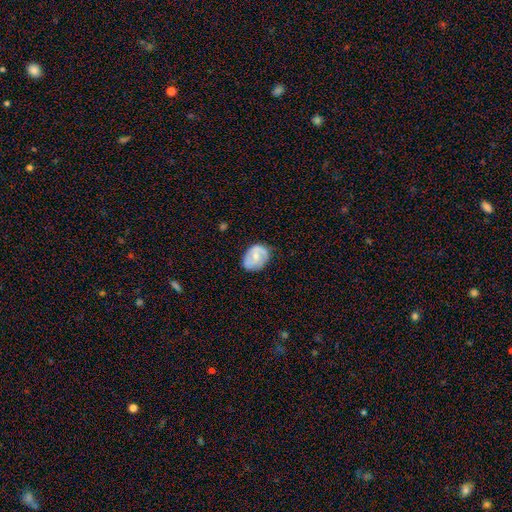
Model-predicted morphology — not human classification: Smooth or featured? featured or disk (57%)
Edge-on disk? no (97%)
Bar? no (47%)
Spiral arms? yes (75%)
Bulge size? moderate (48%)
Merging? none (70%)